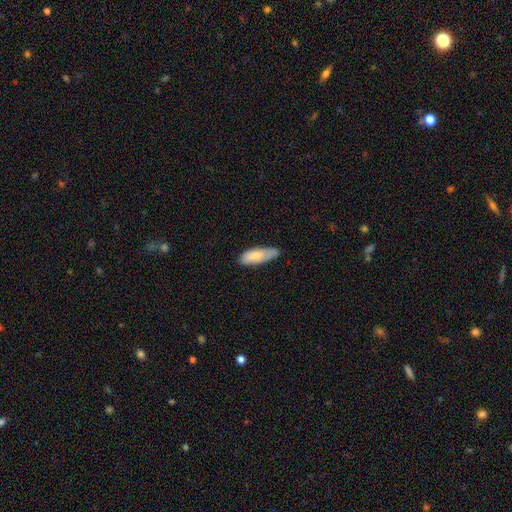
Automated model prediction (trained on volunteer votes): Smooth or featured? Predicted: smooth (p=0.79). How rounded? Predicted: in between (p=0.66). Merging? Predicted: none (p=0.61).